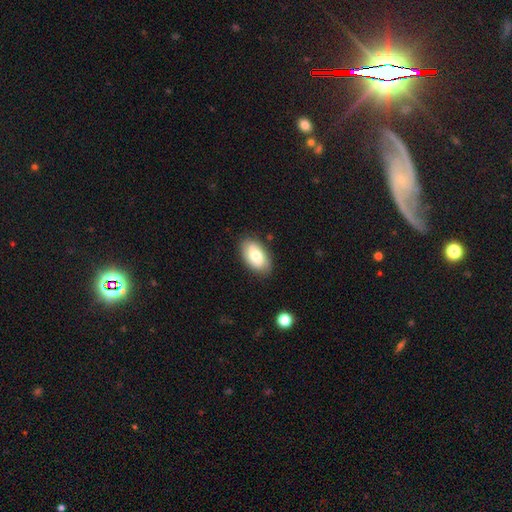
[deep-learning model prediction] Morphology: type=smooth (74%); roundness=in between (94%); merging=none (84%).